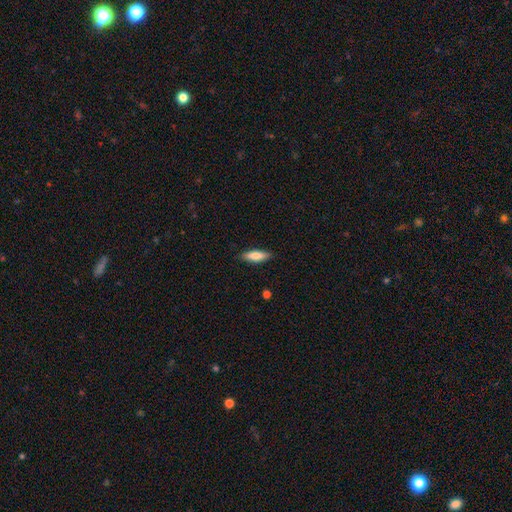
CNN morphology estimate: Smooth or featured? Predicted: smooth (p=0.82). How rounded? Predicted: cigar-shaped (p=0.51). Merging? Predicted: none (p=0.87).